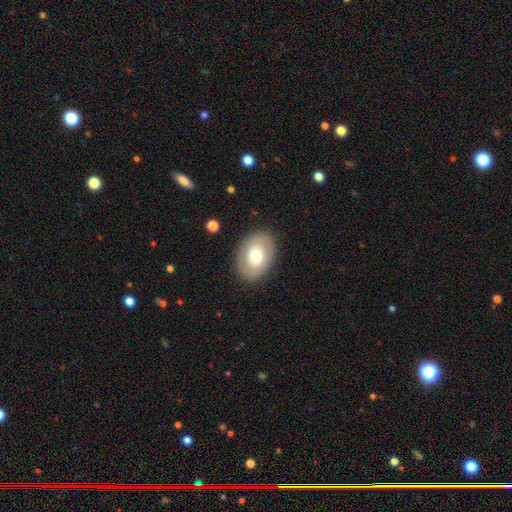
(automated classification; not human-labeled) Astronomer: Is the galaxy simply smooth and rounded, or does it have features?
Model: smooth — 67%.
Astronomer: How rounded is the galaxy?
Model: in between — 76%.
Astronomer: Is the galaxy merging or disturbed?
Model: none — 86%.